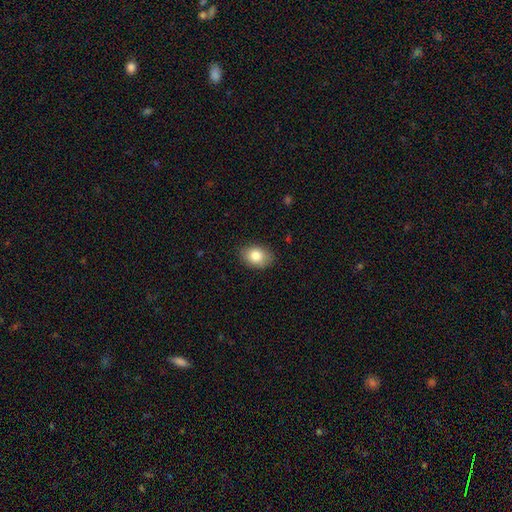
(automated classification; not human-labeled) This is clearly a smooth galaxy (84%). How rounded: likely in between (78%). Merging: clearly none (85%).